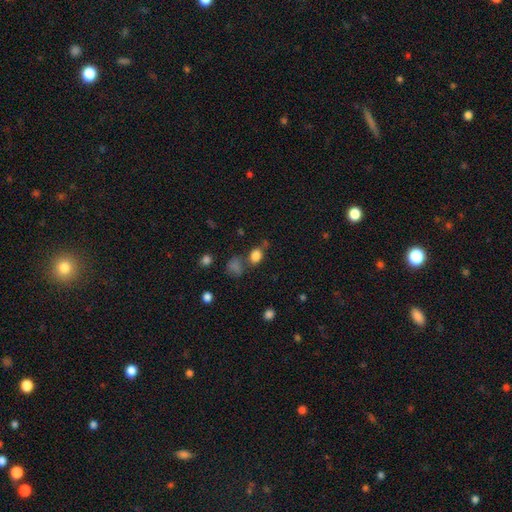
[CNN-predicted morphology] type=smooth (81%); roundness=in between (65%); merging=none (64%).